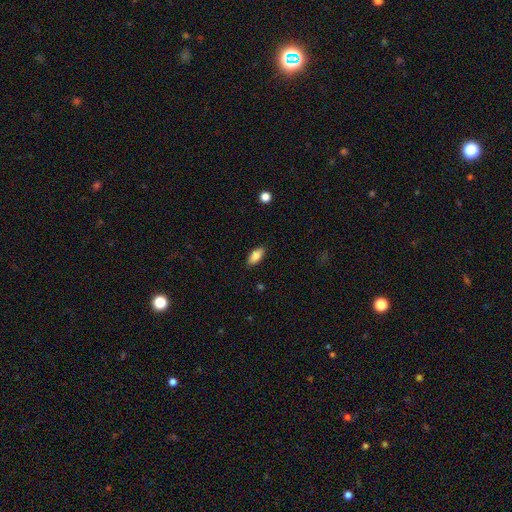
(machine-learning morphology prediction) Smooth or featured: smooth — 86% (featured or disk — 7%)
How rounded: in between — 88% (cigar-shaped — 10%)
Merging: none — 86% (minor disturbance — 11%)